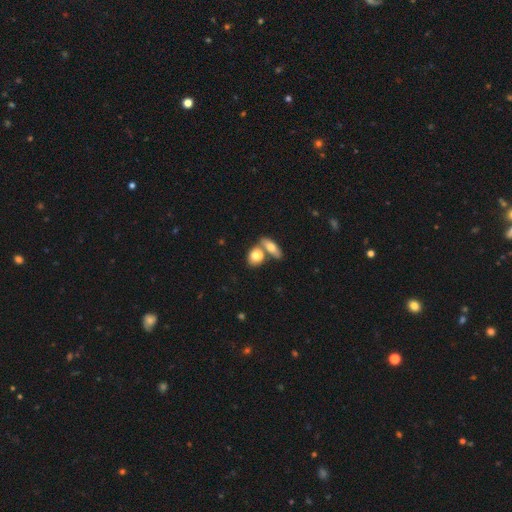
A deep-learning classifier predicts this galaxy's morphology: type=smooth (76%); roundness=in between (68%); merging=merger (48%).